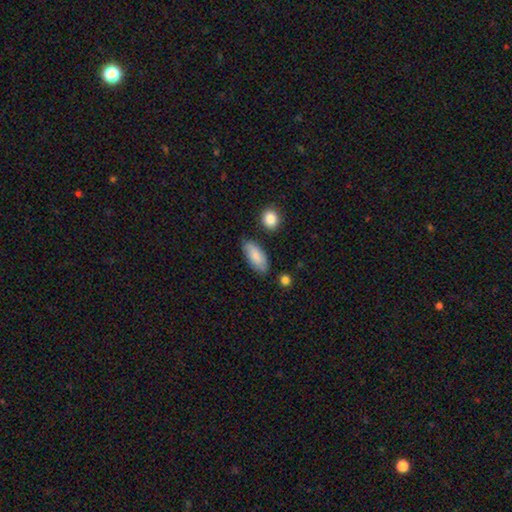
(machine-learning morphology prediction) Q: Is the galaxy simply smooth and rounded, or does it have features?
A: smooth — 83%.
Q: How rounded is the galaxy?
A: in between — 88%.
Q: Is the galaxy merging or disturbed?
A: none — 79%.